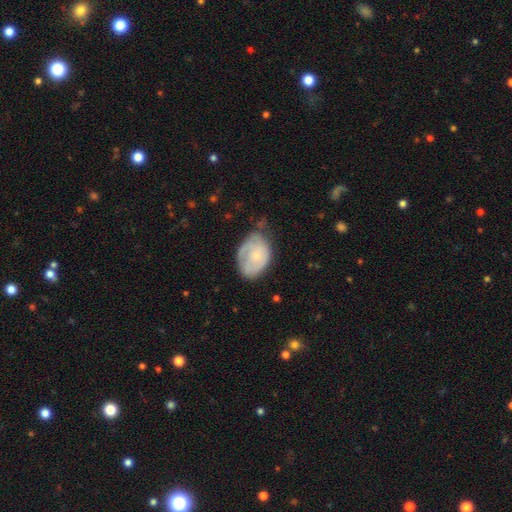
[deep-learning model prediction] This is possibly a featured or disk galaxy (47%, tied with smooth). Merging: possibly none (47%).